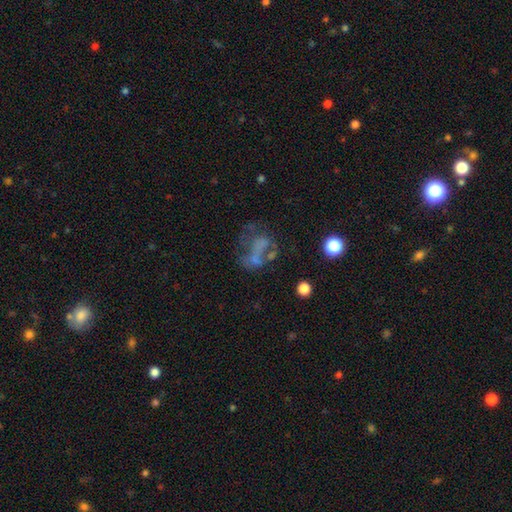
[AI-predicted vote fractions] Morphology: type=featured or disk (47%); merging=major disturbance (35%).